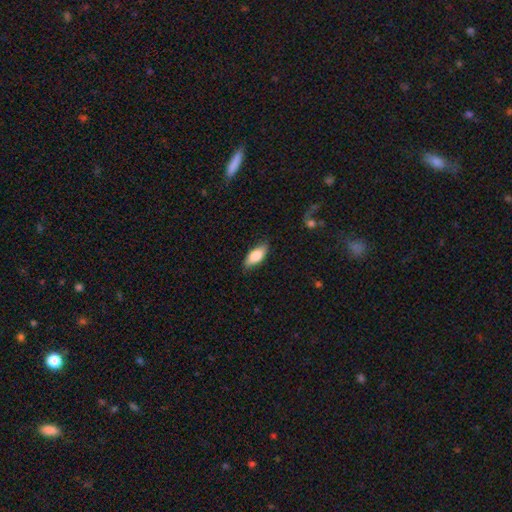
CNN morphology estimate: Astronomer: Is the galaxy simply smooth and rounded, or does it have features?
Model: smooth — 78%.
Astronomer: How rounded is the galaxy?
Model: in between — 80%.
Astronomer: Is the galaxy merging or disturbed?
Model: none — 82%.